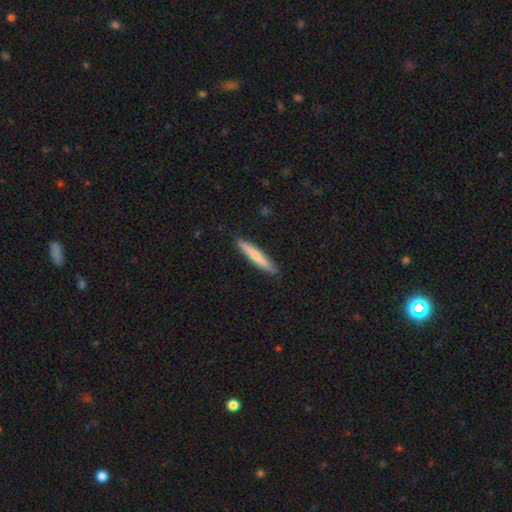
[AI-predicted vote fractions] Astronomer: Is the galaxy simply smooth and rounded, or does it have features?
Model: smooth — 67%.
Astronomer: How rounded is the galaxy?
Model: cigar-shaped — 94%.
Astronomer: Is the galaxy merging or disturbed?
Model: none — 90%.